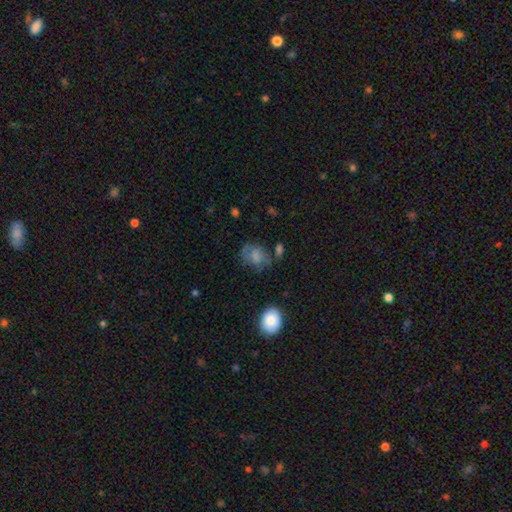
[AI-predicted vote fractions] Smooth or featured? smooth (67%)
How rounded? in between (60%)
Merging? none (49%)